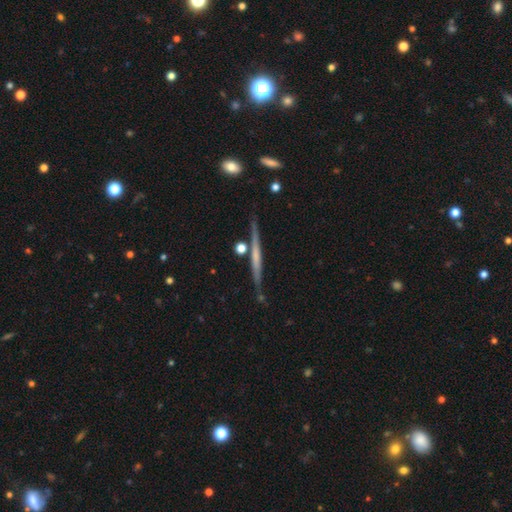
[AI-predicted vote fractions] Overall: featured or disk (61%; smooth 33%). Edge-on disk: yes (97%). Edge-on bulge: none (70%). Merging: none (81%).